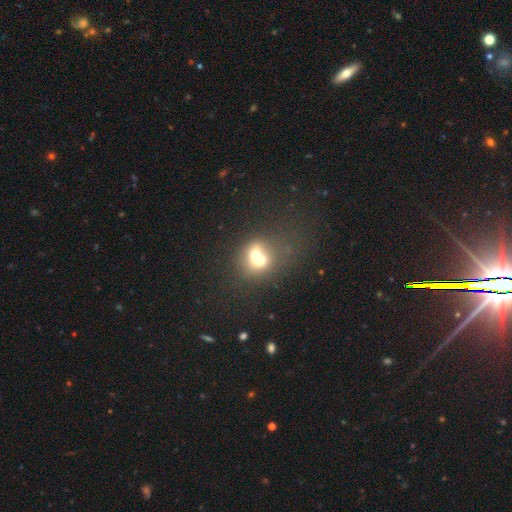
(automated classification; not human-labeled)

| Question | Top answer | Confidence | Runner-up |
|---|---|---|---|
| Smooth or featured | smooth | 61% | featured or disk (26%) |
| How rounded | round | 67% | in between (32%) |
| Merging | merger | 68% | none (22%) |